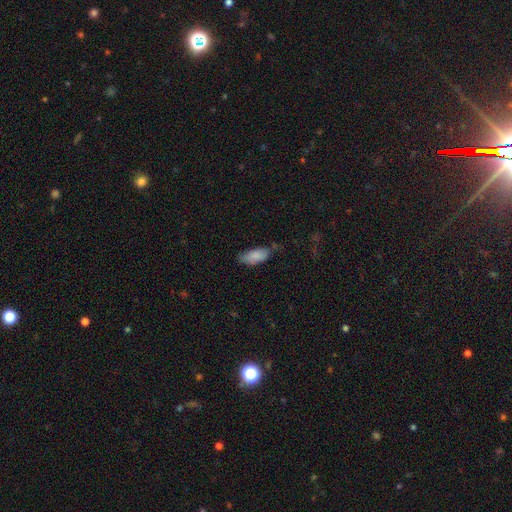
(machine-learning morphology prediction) smooth_or_featured: smooth (p=0.85) [alt: featured or disk p=0.08]
how_rounded: in between (p=0.86) [alt: cigar-shaped p=0.12]
merging: none (p=0.57) [alt: minor disturbance p=0.32]